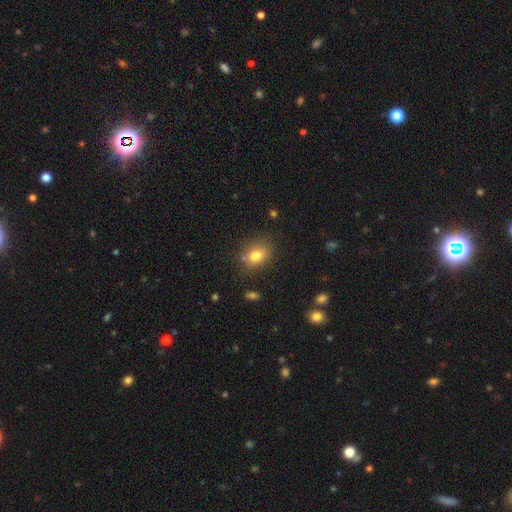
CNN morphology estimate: This appears to be a smooth galaxy with no disk features (79%) that is in between round and cigar-shaped (68%). Merging: none (74%).